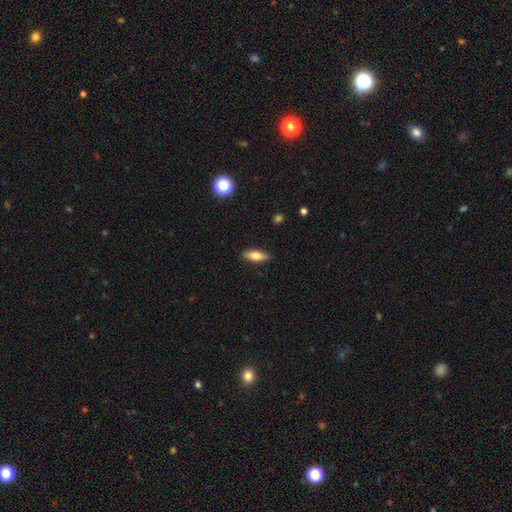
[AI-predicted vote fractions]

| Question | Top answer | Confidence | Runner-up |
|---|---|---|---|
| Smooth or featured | smooth | 72% | featured or disk (21%) |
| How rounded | in between | 67% | cigar-shaped (30%) |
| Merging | none | 88% | minor disturbance (9%) |